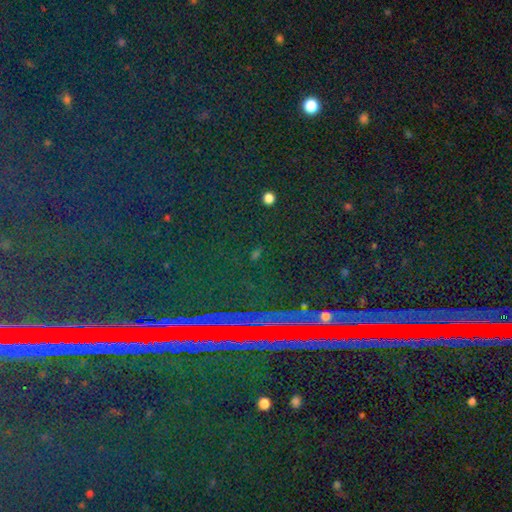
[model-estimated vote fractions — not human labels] Smooth or featured: star or artifact — 85% (smooth — 8%)